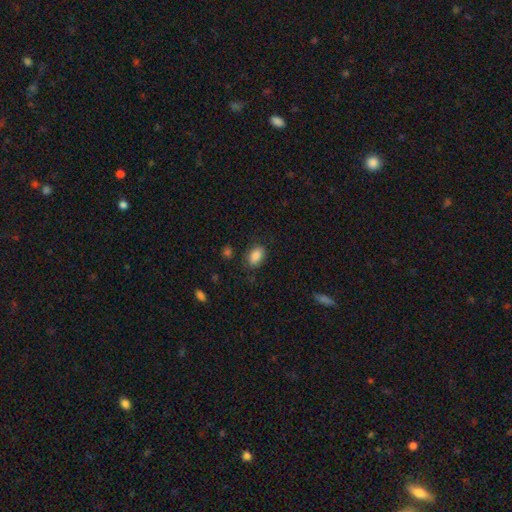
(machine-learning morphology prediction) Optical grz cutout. It shows a smooth galaxy with no disk features (88%) that is in between round and cigar-shaped (89%). Merging: none (82%).